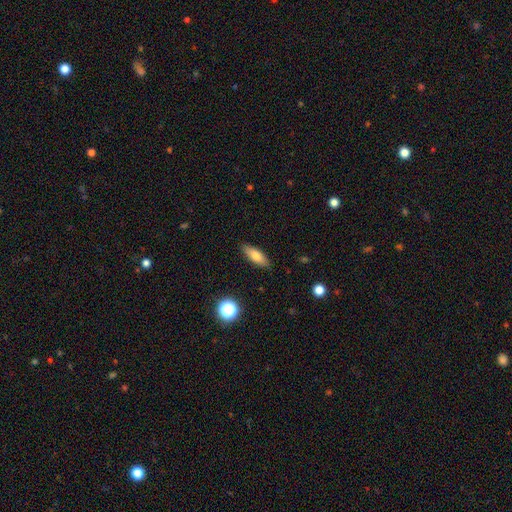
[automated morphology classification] Smooth or featured: smooth — 75% (featured or disk — 17%)
How rounded: in between — 64% (cigar-shaped — 33%)
Merging: none — 87% (minor disturbance — 9%)